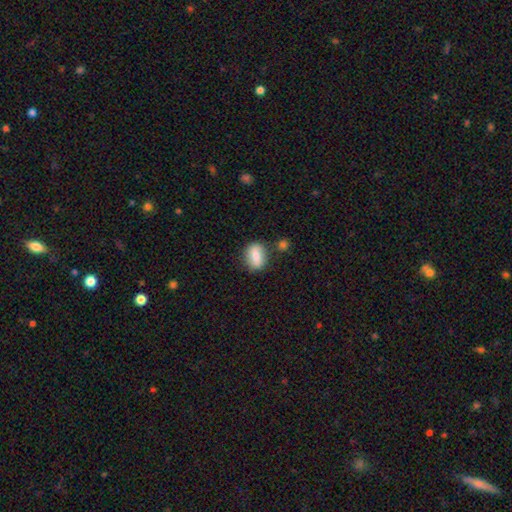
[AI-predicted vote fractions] smooth-or-featured: smooth: 73% | featured or disk: 19% | star or artifact: 8%
  how-rounded: in between: 64% | round: 33% | cigar-shaped: 3%
  merging: none: 74% | minor disturbance: 15% | merger: 7% | major disturbance: 4%